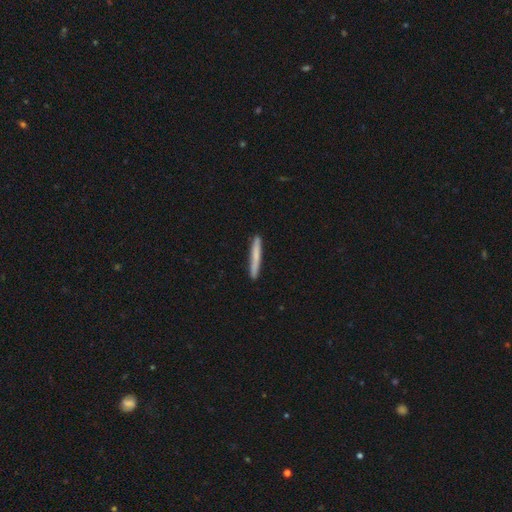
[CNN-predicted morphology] smooth-or-featured: smooth: 71% | featured or disk: 23% | star or artifact: 6%
  how-rounded: cigar-shaped: 96% | in between: 2% | round: 1%
  merging: none: 89% | minor disturbance: 8% | major disturbance: 1% | merger: 1%